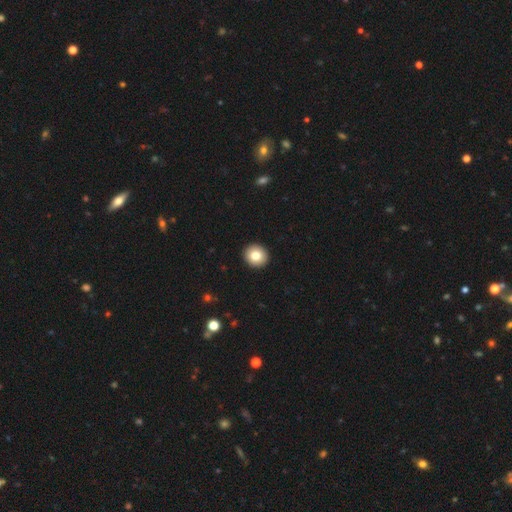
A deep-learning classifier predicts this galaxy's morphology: smooth-or-featured: smooth: 81% | featured or disk: 10% | star or artifact: 9%
  how-rounded: round: 90% | in between: 9% | cigar-shaped: 1%
  merging: none: 94% | minor disturbance: 4% | major disturbance: 1% | merger: 1%